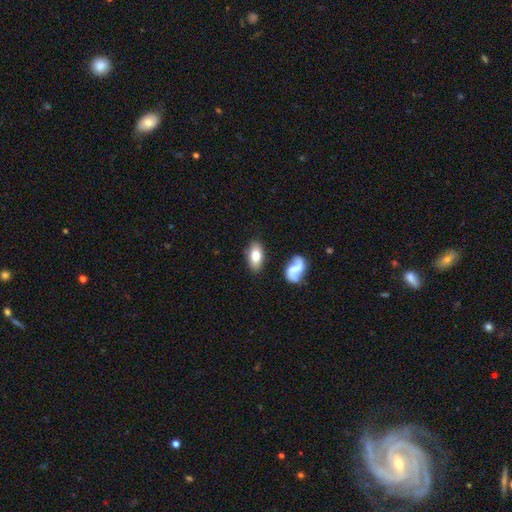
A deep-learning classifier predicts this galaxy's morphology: Smooth or featured? smooth (74%)
How rounded? in between (90%)
Merging? none (78%)